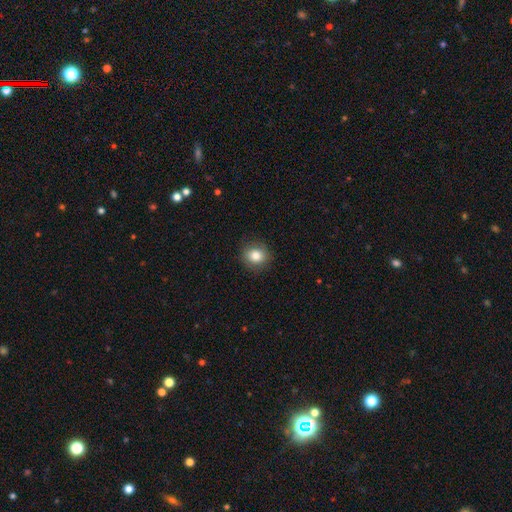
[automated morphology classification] The model was most divided on "how rounded": round: 80%, in between: 19%, cigar-shaped: 1%. More confident: merging — none (88%); smooth or featured — smooth (83%).